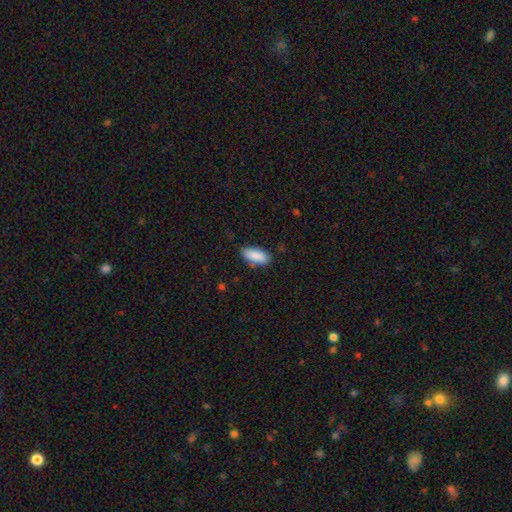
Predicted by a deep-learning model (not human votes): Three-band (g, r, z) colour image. It shows a smooth galaxy with no disk features (89%) that is in between round and cigar-shaped (83%). Merging: none (82%).